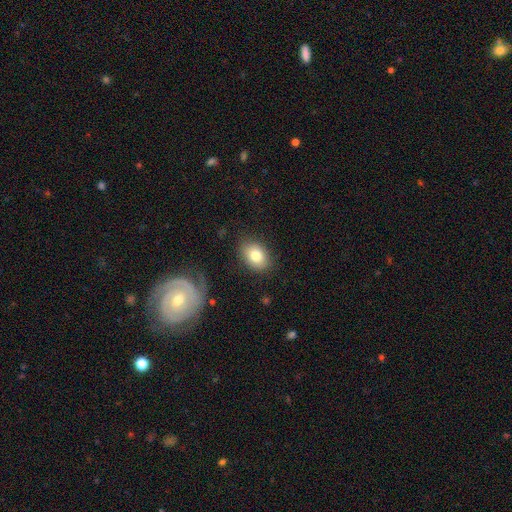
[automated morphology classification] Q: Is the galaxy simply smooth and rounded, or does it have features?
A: smooth — 80%.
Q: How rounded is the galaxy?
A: in between — 74%.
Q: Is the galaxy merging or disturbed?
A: none — 82%.